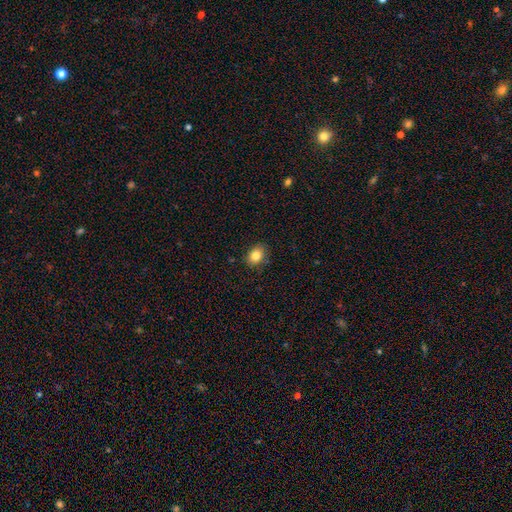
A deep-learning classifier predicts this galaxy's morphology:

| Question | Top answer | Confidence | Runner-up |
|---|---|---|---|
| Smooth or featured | smooth | 83% | star or artifact (9%) |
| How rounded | in between | 67% | round (32%) |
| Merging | none | 85% | minor disturbance (12%) |